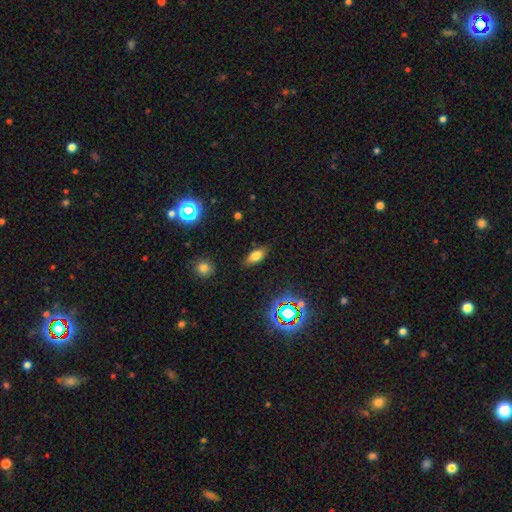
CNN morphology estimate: type=smooth (72%); roundness=in between (83%); merging=none (83%).